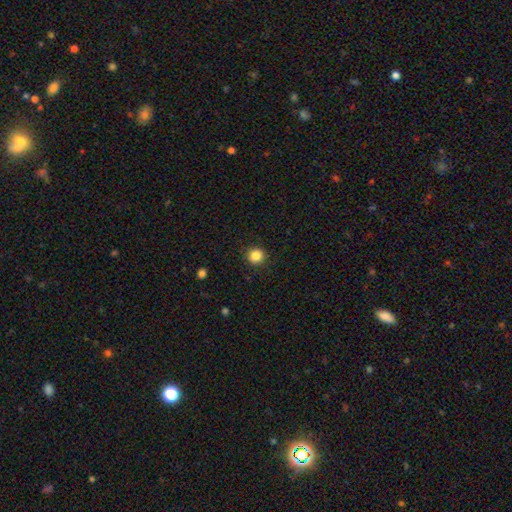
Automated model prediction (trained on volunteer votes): Smooth or featured? smooth (85%)
How rounded? round (94%)
Merging? none (91%)